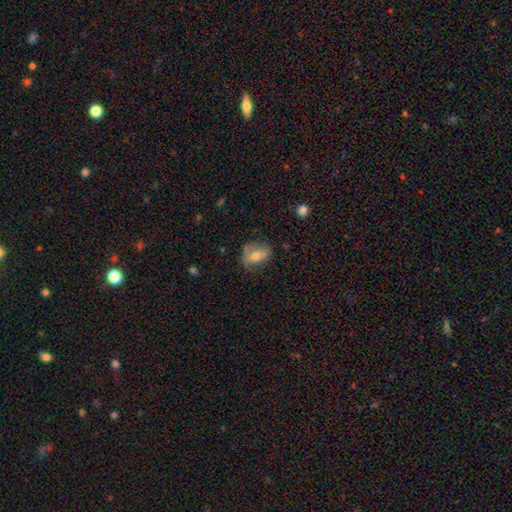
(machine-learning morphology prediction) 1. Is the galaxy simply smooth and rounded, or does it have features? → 57% smooth, 35% featured or disk, 9% star or artifact.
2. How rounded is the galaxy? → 67% in between, 31% round, 2% cigar-shaped.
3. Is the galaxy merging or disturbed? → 58% none, 28% minor disturbance, 12% major disturbance, 2% merger.